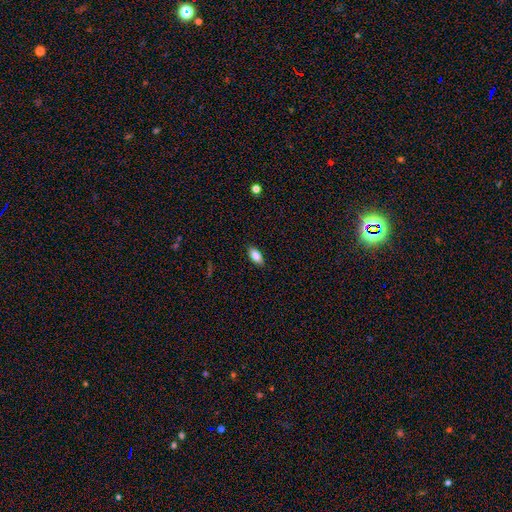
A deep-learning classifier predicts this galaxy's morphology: The model was most divided on "smooth or featured": smooth: 83%, featured or disk: 10%, star or artifact: 7%. More confident: how rounded — in between (90%); merging — none (88%).